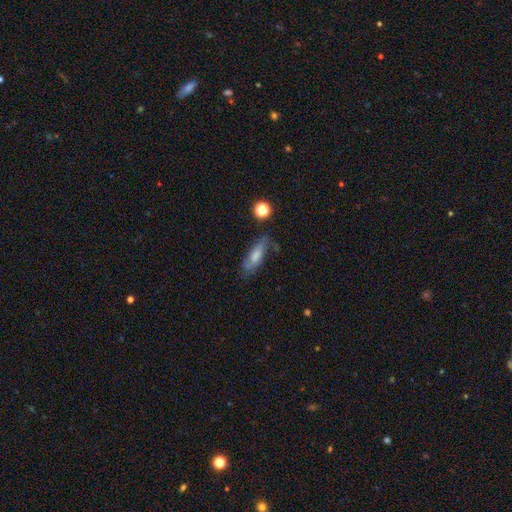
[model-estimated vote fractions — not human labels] A smooth galaxy with no disk features (65%) that is in between round and cigar-shaped (57%).

Vote fractions:
- Smooth or featured? smooth: 65% / featured or disk: 25% / star or artifact: 9%
- How rounded? in between: 57% / cigar-shaped: 40% / round: 3%
- Merging? none: 58% / minor disturbance: 26% / major disturbance: 11% / merger: 5%